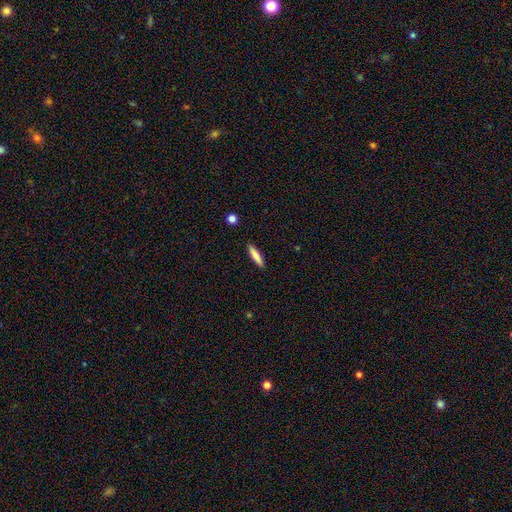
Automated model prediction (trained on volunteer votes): A smooth galaxy with no disk features (81%) that is cigar-shaped (85%). Merging: none (91%).